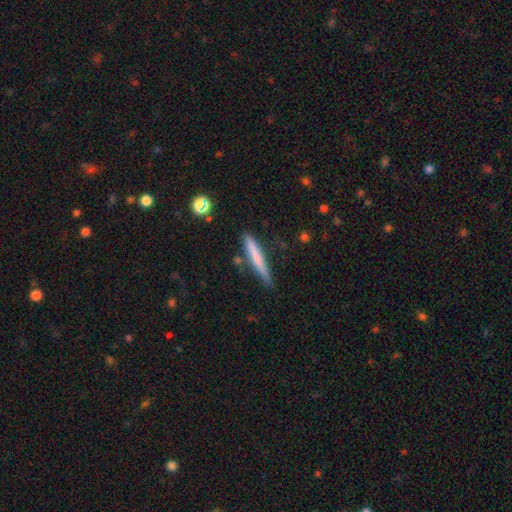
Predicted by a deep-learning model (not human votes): Overall: smooth (68%). How rounded: cigar-shaped (95%). Merging: none (78%).